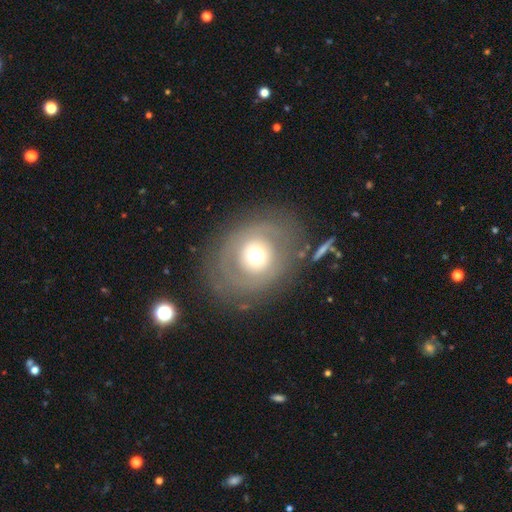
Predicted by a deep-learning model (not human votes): Smooth or featured?
  - smooth: 46% *
  - featured or disk: 43%
  - star or artifact: 11%
Merging?
  - none: 75% *
  - minor disturbance: 12%
  - major disturbance: 10%
  - merger: 3%